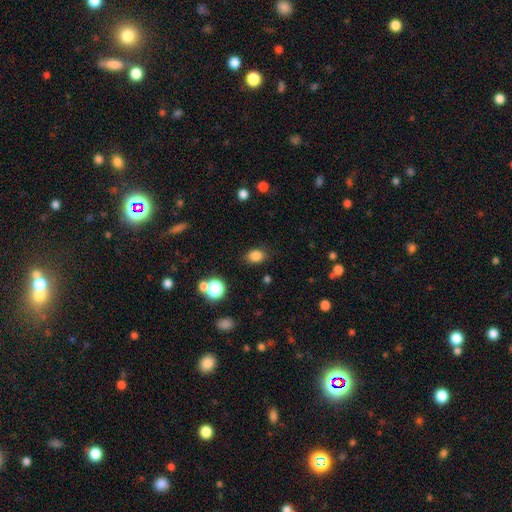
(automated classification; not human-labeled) Smooth or featured? Predicted: smooth (p=0.82). How rounded? Predicted: in between (p=0.63). Merging? Predicted: none (p=0.83).